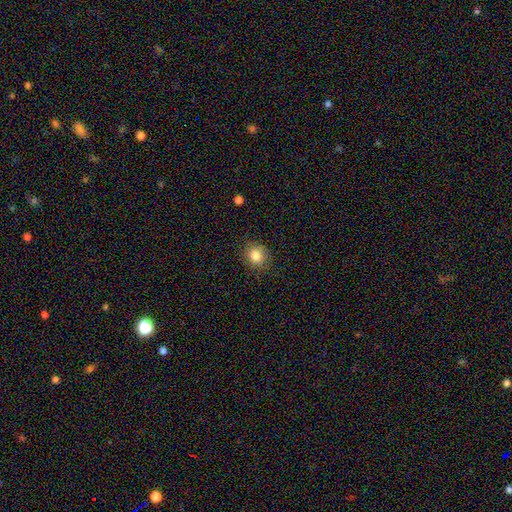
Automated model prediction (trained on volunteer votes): The model was most divided on "how rounded": round: 79%, in between: 20%, cigar-shaped: 1%. More confident: merging — none (86%); smooth or featured — smooth (83%).